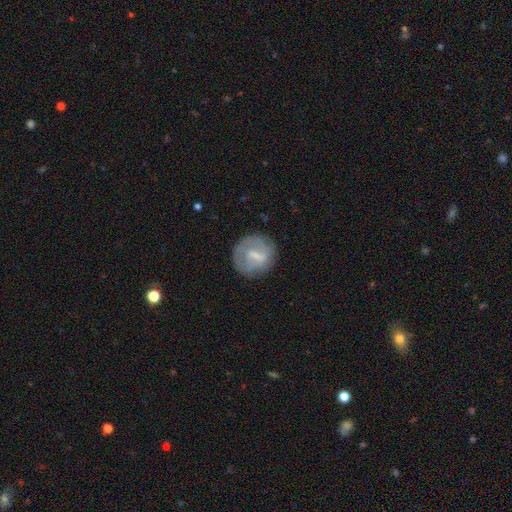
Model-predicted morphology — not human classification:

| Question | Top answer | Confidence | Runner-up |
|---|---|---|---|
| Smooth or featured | featured or disk | 47% | smooth (45%) |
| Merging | none | 71% | minor disturbance (18%) |